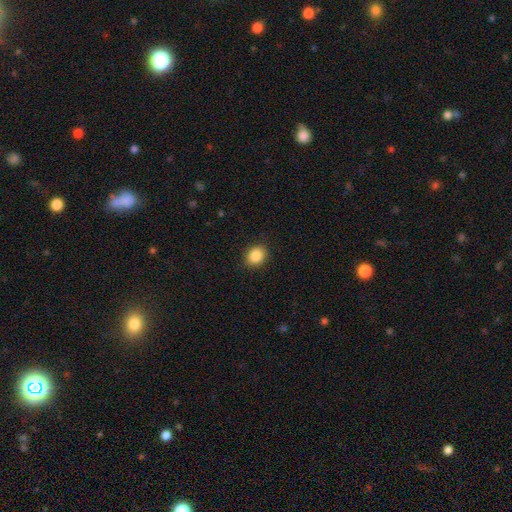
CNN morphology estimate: This is clearly a smooth galaxy (87%). How rounded: likely round (62%). Merging: clearly none (89%).